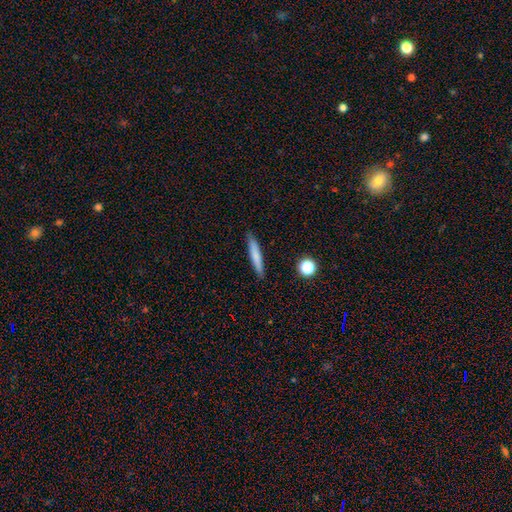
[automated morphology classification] smooth 74%, featured or disk 19%, star or artifact 7%. Down the decision tree: how rounded — cigar-shaped (93%); merging — none (88%).